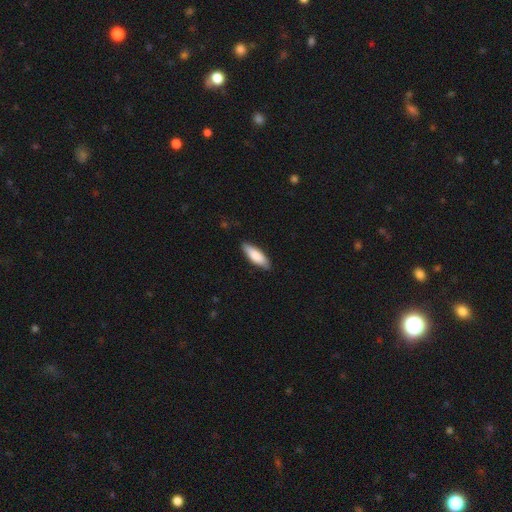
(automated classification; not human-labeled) Overall: smooth (83%). How rounded: in between (58%; cigar-shaped 40%). Merging: none (85%).